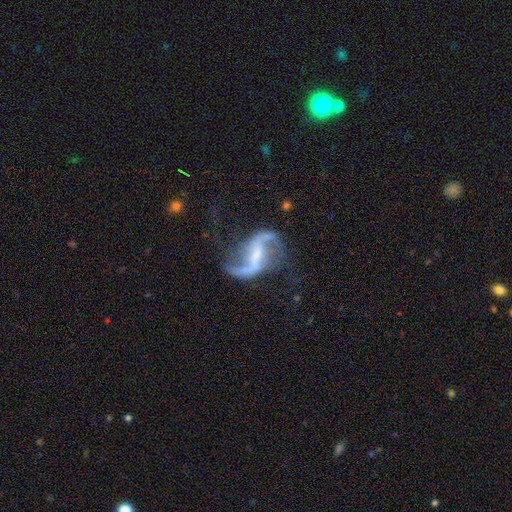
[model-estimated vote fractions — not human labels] This is clearly a featured or disk galaxy (90%). It is clearly not viewed edge-on (97%). Bar: possibly strong (47%). Spiral arm pattern: clearly yes (95%). Spiral arm count: clearly 2 (92%). Spiral winding: likely loose (79%). Central bulge: possibly small (46%). Merging: likely none (64%).